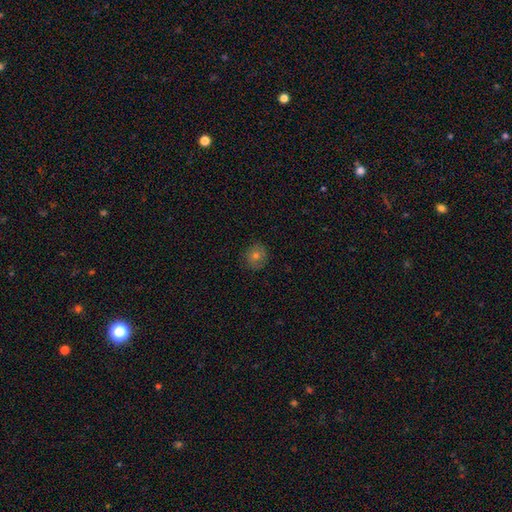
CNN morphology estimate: smooth 69%, featured or disk 16%, star or artifact 15%. Down the decision tree: how rounded — round (86%); merging — none (85%).